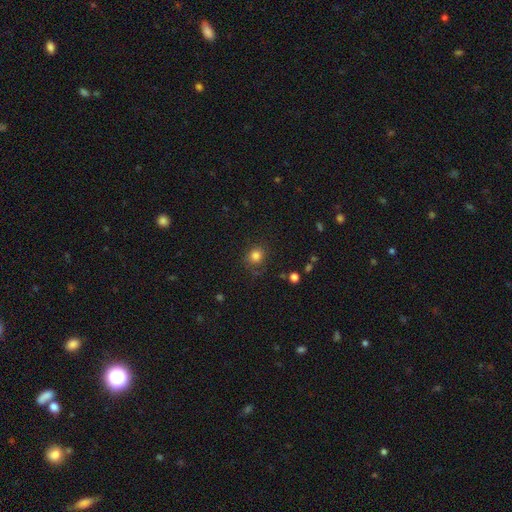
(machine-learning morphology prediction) A smooth galaxy with no disk features (82%) that is round (82%).

Vote fractions:
- Smooth or featured? smooth: 82% / star or artifact: 13% / featured or disk: 6%
- How rounded? round: 82% / in between: 17% / cigar-shaped: 1%
- Merging? none: 79% / minor disturbance: 14% / major disturbance: 5% / merger: 2%